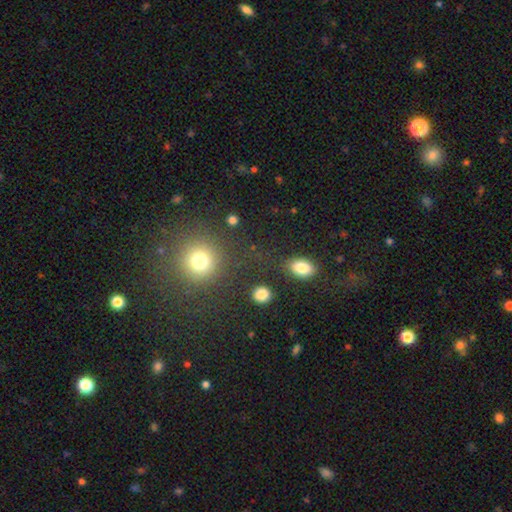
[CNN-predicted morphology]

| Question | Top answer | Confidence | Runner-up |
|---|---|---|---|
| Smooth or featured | smooth | 63% | star or artifact (29%) |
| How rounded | round | 76% | in between (21%) |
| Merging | none | 80% | minor disturbance (9%) |